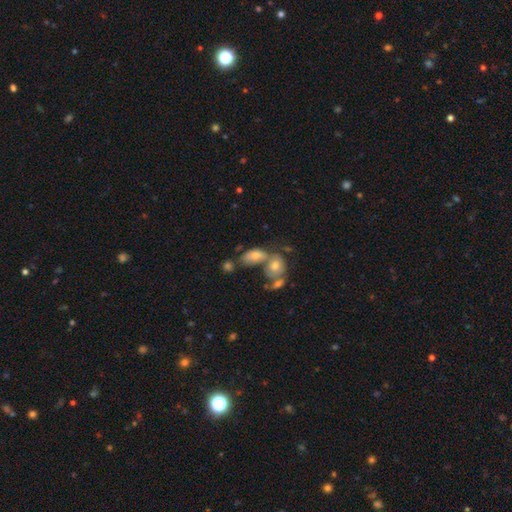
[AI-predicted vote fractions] Overall: smooth (52%; featured or disk 30%). How rounded: in between (76%). Merging: merger (46%; none 33%).